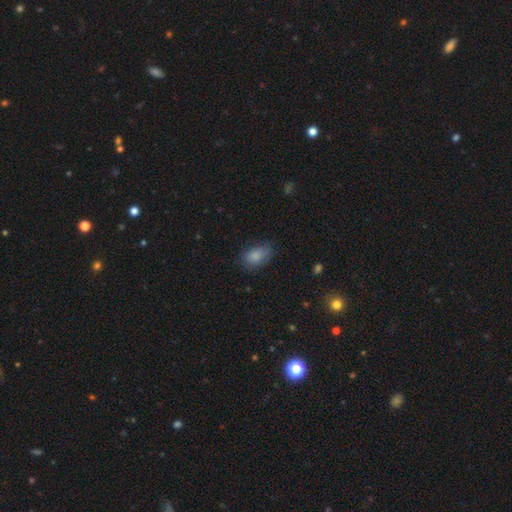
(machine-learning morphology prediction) A smooth galaxy with no disk features (84%) that is in between round and cigar-shaped (87%).

Vote fractions:
- Smooth or featured? smooth: 84% / star or artifact: 8% / featured or disk: 7%
- How rounded? in between: 87% / round: 11% / cigar-shaped: 2%
- Merging? none: 65% / minor disturbance: 26% / major disturbance: 7% / merger: 1%